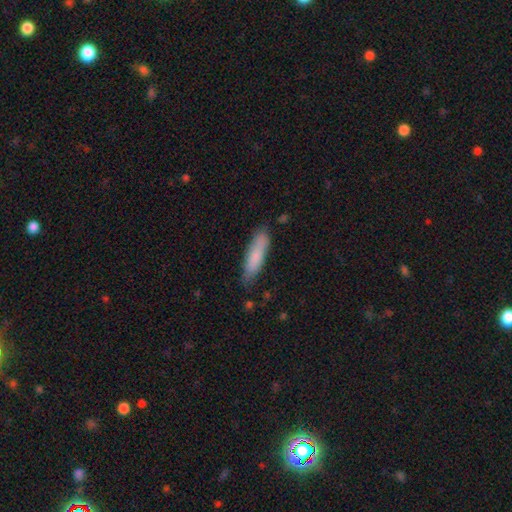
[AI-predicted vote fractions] This appears to be a smooth galaxy with no disk features (82%) that is cigar-shaped (71%). Merging: none (77%).